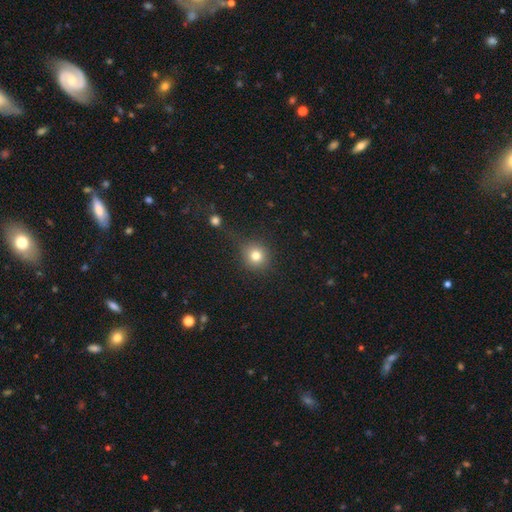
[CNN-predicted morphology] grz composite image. It shows a smooth galaxy with no disk features (78%) that is round (90%). Merging: none (76%).